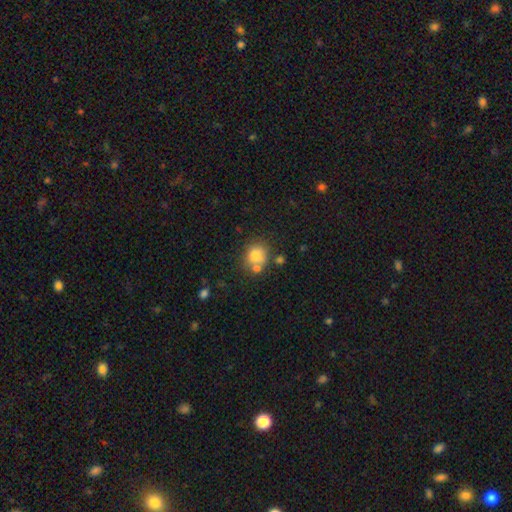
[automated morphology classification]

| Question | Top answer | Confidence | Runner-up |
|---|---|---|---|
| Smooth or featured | smooth | 79% | star or artifact (11%) |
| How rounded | round | 81% | in between (18%) |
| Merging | none | 61% | merger (22%) |